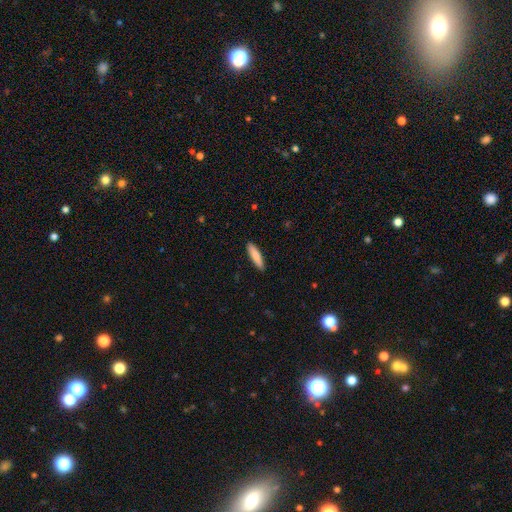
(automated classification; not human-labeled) smooth 84%, featured or disk 11%, star or artifact 5%. Down the decision tree: how rounded — cigar-shaped (75%); merging — none (90%).